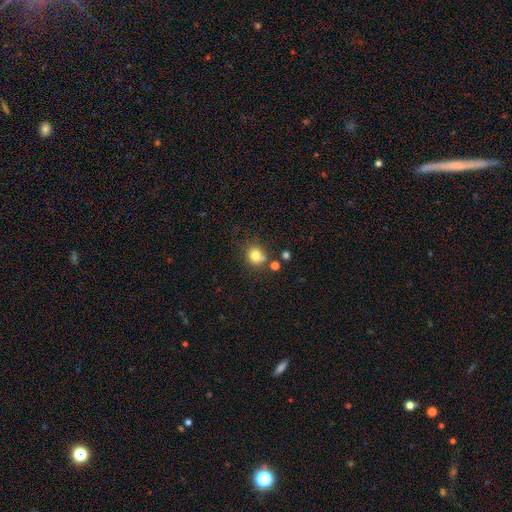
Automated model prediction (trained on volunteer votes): Overall: smooth (79%). How rounded: round (82%). Merging: none (69%).